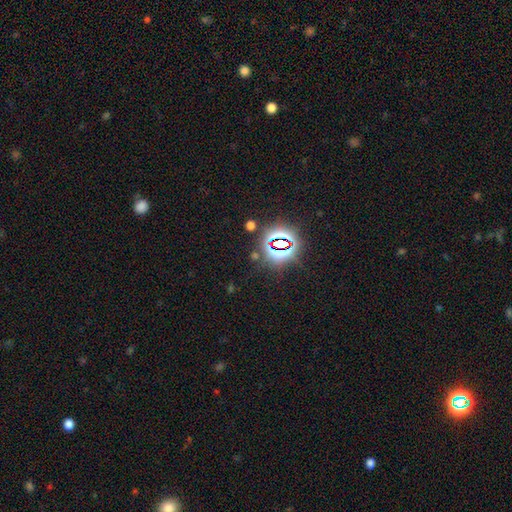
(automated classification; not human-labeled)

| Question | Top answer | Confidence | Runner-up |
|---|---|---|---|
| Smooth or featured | star or artifact | 81% | smooth (11%) |